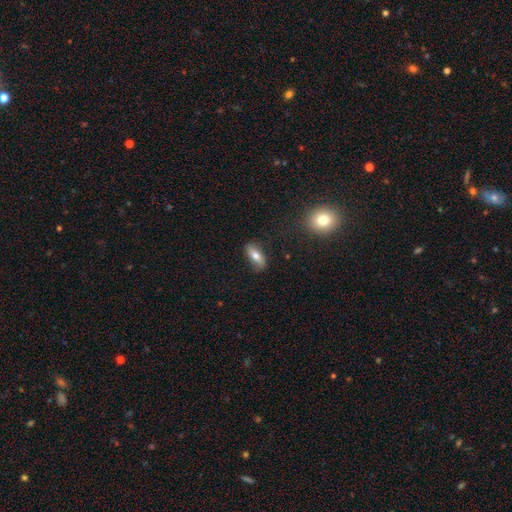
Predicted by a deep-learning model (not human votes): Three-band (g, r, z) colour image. It shows a smooth galaxy with no disk features (71%) that is in between round and cigar-shaped (79%). Merging: none (78%).